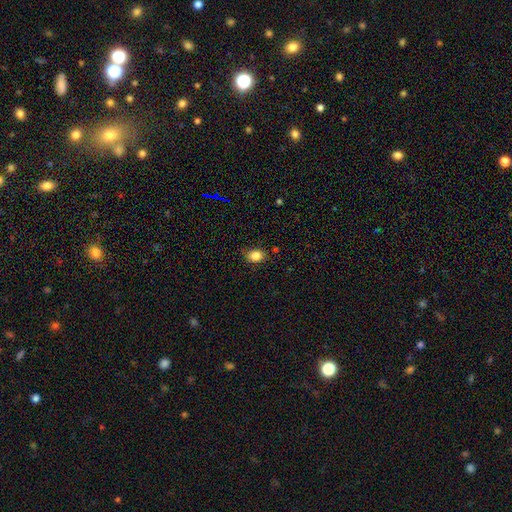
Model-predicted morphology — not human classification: This appears to be a smooth galaxy with no disk features (84%) that is in between round and cigar-shaped (62%). Merging: none (80%).